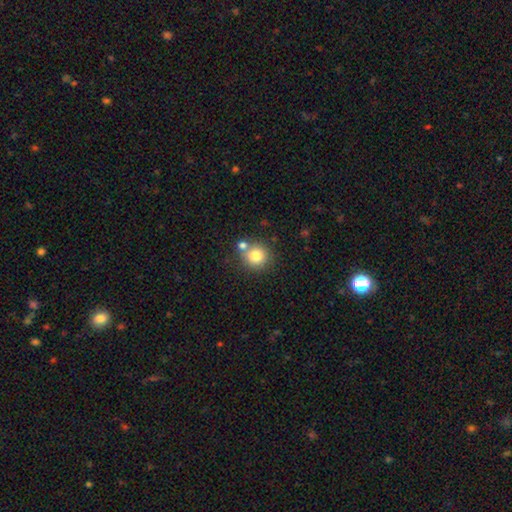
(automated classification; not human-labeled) Smooth or featured? Predicted: smooth (p=0.79). How rounded? Predicted: round (p=0.90). Merging? Predicted: none (p=0.67).